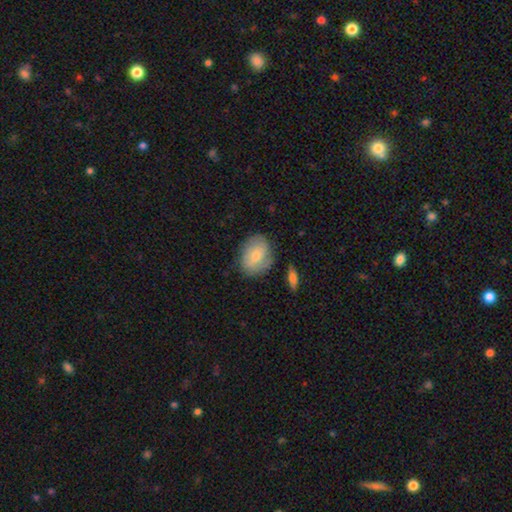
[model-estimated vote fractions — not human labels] Q: Smooth or featured?
A: smooth (63%); runner-up: featured or disk (30%)
Q: How rounded?
A: in between (68%); runner-up: round (31%)
Q: Merging?
A: none (70%); runner-up: minor disturbance (21%)